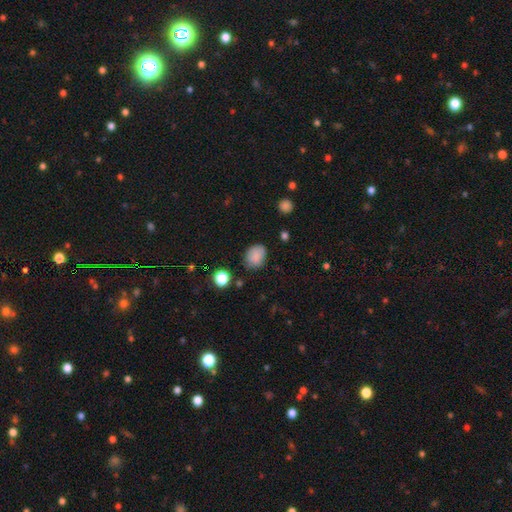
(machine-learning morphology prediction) type=smooth (85%); roundness=in between (55%); merging=none (74%).